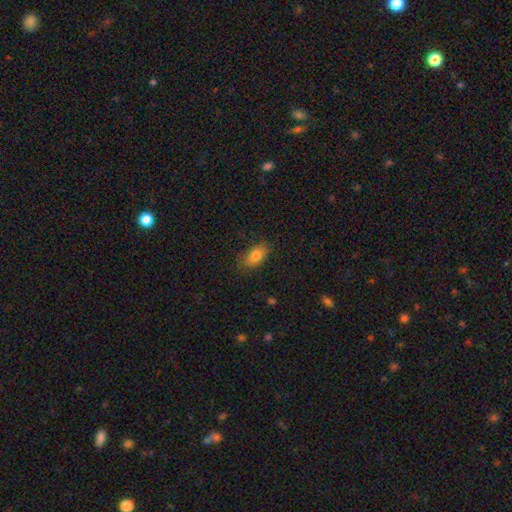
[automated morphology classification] The model was most divided on "merging": none: 81%, minor disturbance: 14%, major disturbance: 4%, merger: 1%. More confident: how rounded — in between (89%); smooth or featured — smooth (81%).